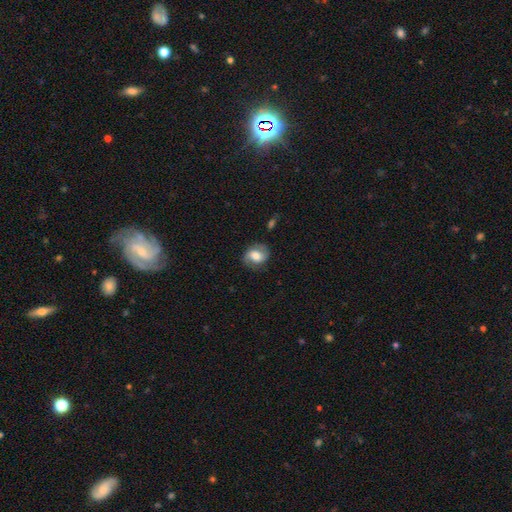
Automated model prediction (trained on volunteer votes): Smooth or featured? Predicted: featured or disk (p=0.49). Merging? Predicted: none (p=0.75).